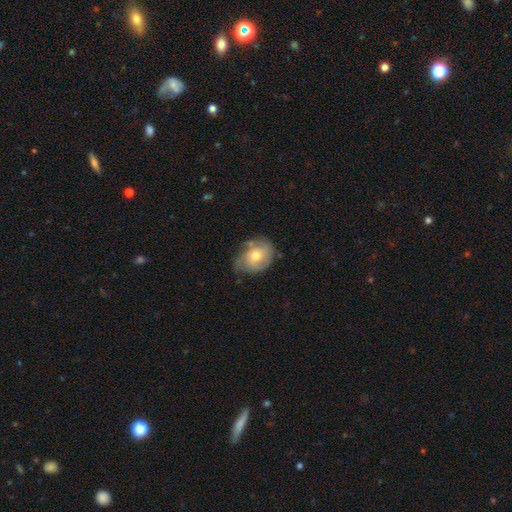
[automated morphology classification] This is possibly a smooth galaxy (47%). Merging: possibly none (55%).